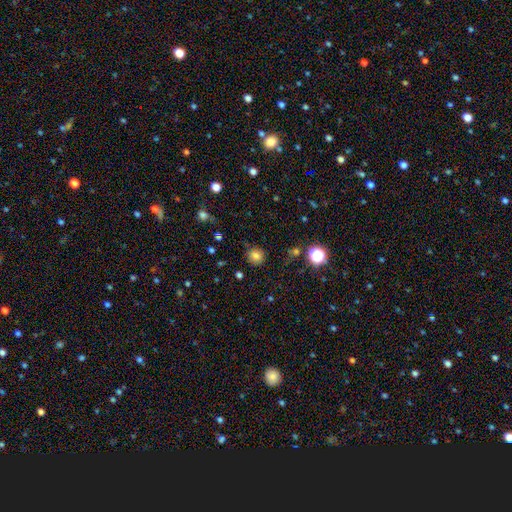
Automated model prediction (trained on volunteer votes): smooth_or_featured: smooth (p=0.80) [alt: star or artifact p=0.15]
how_rounded: round (p=0.89) [alt: in between p=0.10]
merging: none (p=0.85) [alt: minor disturbance p=0.10]